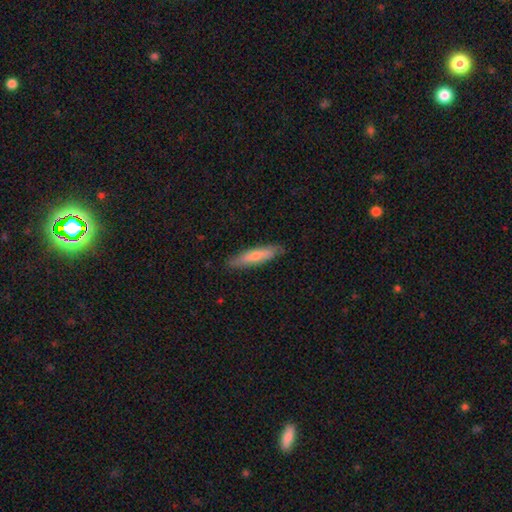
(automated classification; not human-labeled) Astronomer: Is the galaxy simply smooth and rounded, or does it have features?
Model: smooth — 65%.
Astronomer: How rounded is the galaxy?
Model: cigar-shaped — 82%.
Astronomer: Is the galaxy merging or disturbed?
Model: none — 86%.